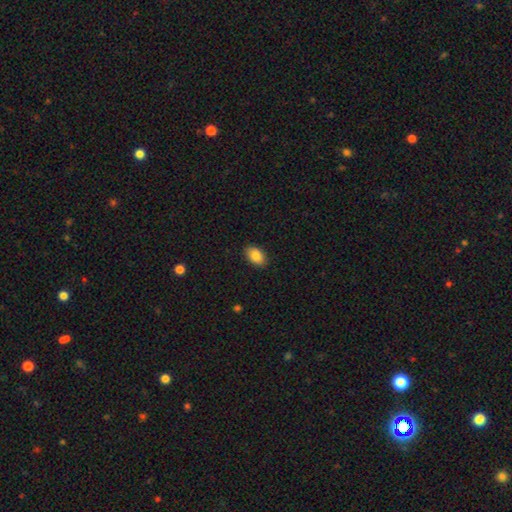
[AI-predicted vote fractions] smooth-or-featured: smooth: 88% | star or artifact: 7% | featured or disk: 5%
  how-rounded: in between: 91% | round: 8% | cigar-shaped: 1%
  merging: none: 89% | minor disturbance: 8% | major disturbance: 2% | merger: 1%